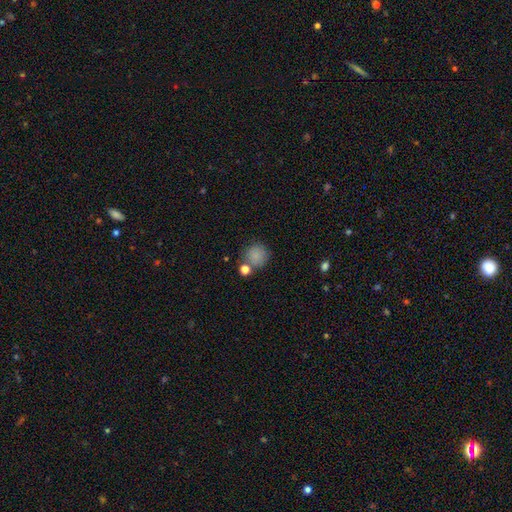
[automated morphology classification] Smooth or featured? smooth (84%)
How rounded? round (90%)
Merging? none (72%)